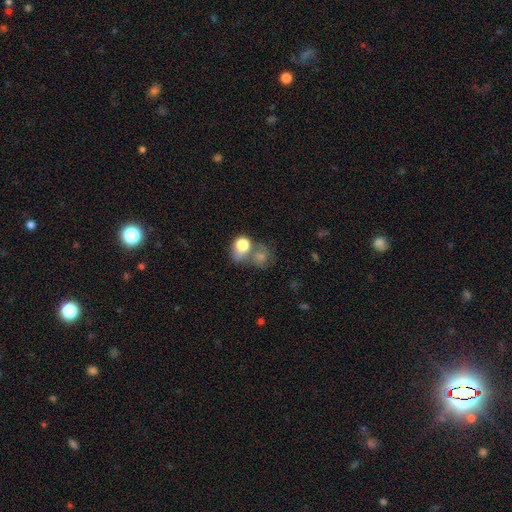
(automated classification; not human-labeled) Q: Smooth or featured?
A: smooth (60%); runner-up: featured or disk (22%)
Q: How rounded?
A: round (66%); runner-up: in between (32%)
Q: Merging?
A: merger (43%); runner-up: none (35%)